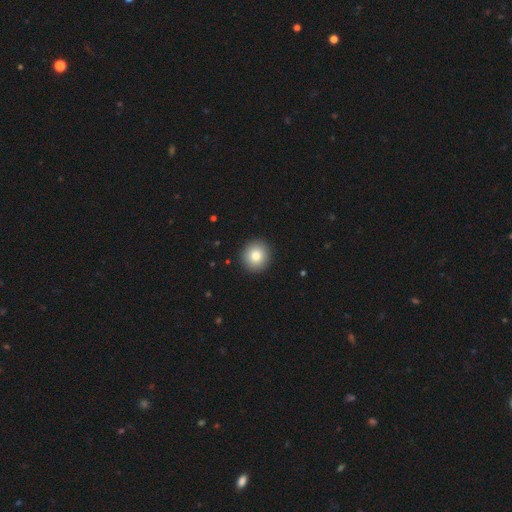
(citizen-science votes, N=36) smooth-or-featured: smooth: 97% | featured or disk: 3% | star or artifact: 0%
  how-rounded: round: 91% | in between: 9% | cigar-shaped: 0%
  merging: none: 94% | minor disturbance: 6% | major disturbance: 0% | merger: 0%